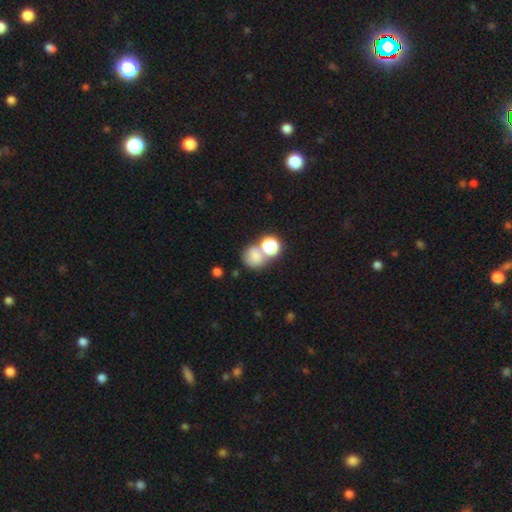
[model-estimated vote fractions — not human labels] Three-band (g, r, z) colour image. It shows a smooth galaxy with no disk features (72%) that is round (74%). Merging: merger (42%).